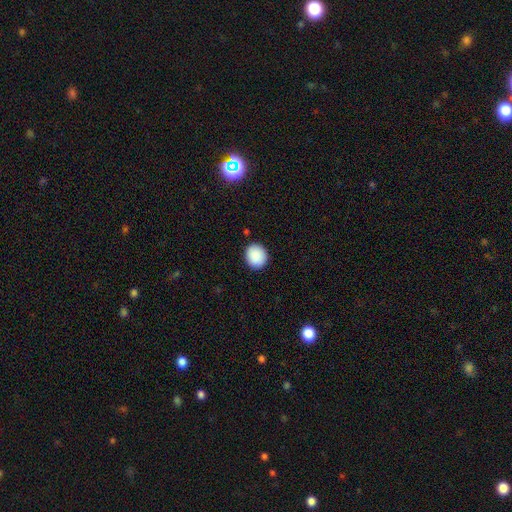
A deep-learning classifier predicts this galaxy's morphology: This appears to be a smooth galaxy with no disk features (89%) that is round (82%). Merging: none (89%).